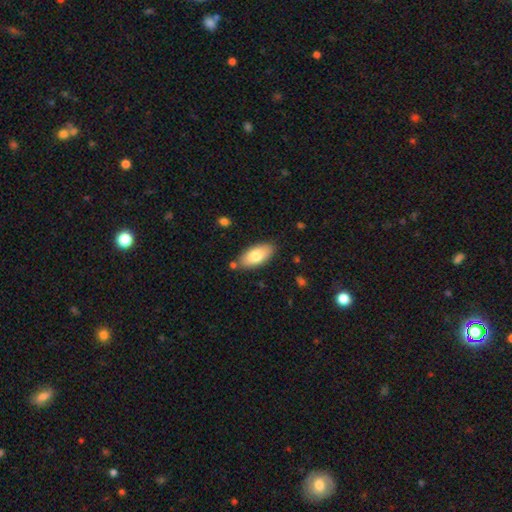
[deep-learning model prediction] Smooth or featured? smooth (77%)
How rounded? in between (91%)
Merging? none (82%)